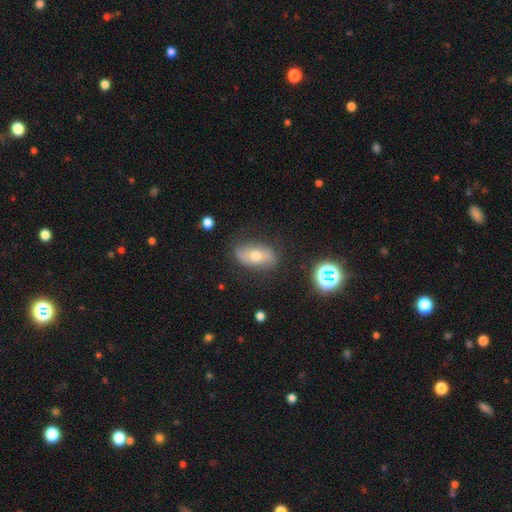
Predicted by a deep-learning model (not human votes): This appears to be a smooth galaxy with no disk features (44%). Merging: none (77%).